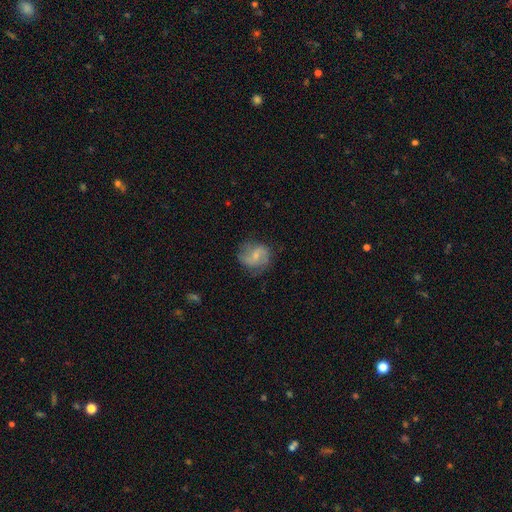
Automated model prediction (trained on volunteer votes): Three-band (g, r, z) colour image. It shows a featured or disk galaxy (58%) with a weak bar (48%), spiral arms (87%) and a small central bulge (55%). Merging: none (70%).